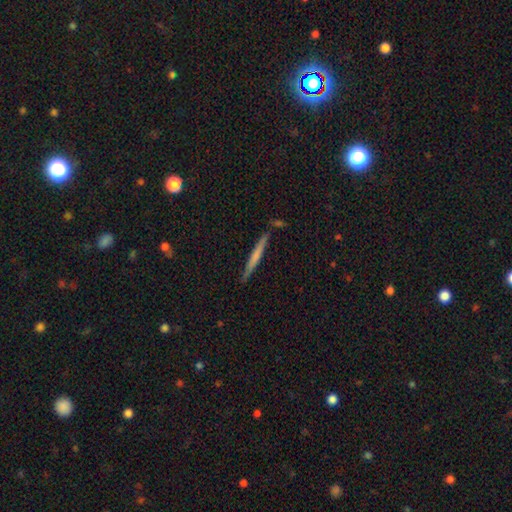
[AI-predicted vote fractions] This is possibly a smooth galaxy (53%). How rounded: clearly cigar-shaped (97%). Merging: clearly none (85%).